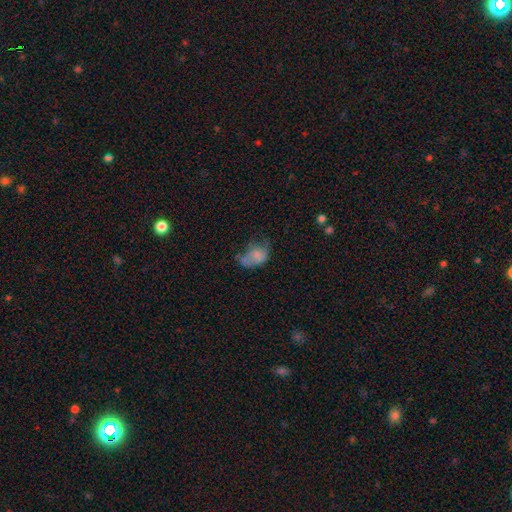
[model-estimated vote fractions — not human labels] The model was most divided on "merging": major disturbance: 35%, minor disturbance: 32%, none: 26%, merger: 8%. More confident: how rounded — in between (81%); smooth or featured — smooth (67%).